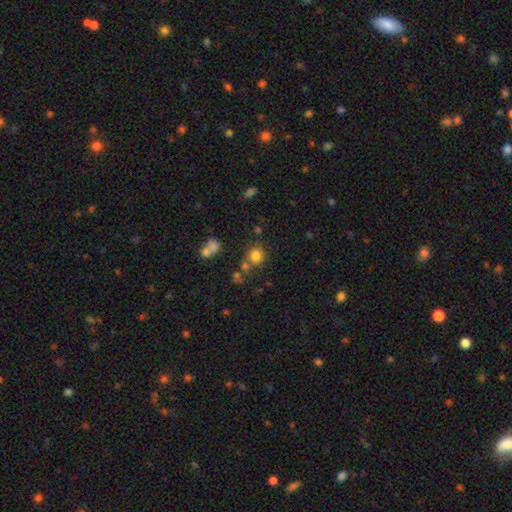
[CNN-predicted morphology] smooth-or-featured: smooth: 79% | star or artifact: 14% | featured or disk: 7%
  how-rounded: round: 84% | in between: 15% | cigar-shaped: 1%
  merging: none: 67% | merger: 17% | minor disturbance: 11% | major disturbance: 5%